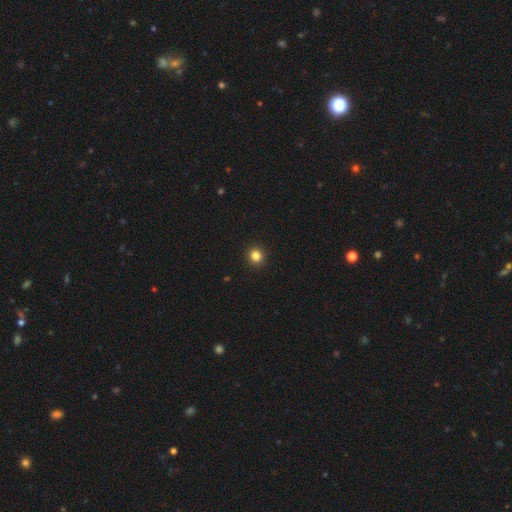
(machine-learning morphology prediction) Smooth or featured: smooth — 84% (star or artifact — 12%)
How rounded: round — 94% (in between — 5%)
Merging: none — 94% (minor disturbance — 4%)